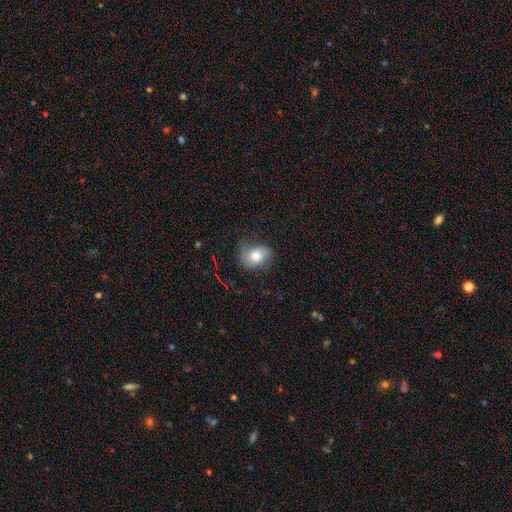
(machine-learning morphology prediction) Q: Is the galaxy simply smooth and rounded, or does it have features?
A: smooth — 74%.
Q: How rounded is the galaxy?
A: in between — 67%.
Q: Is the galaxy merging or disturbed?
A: none — 61%.